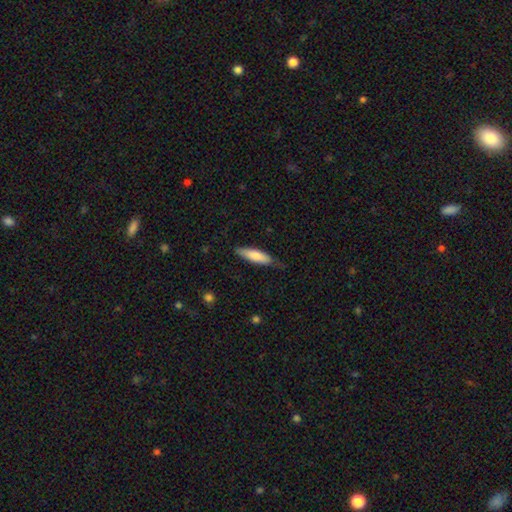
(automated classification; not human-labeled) Morphology: type=smooth (79%); roundness=cigar-shaped (62%); merging=none (71%).